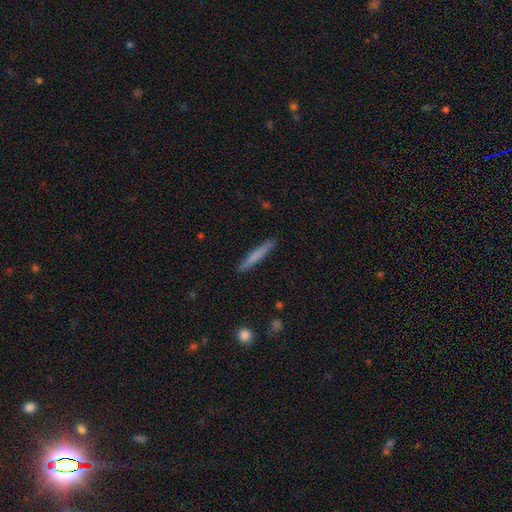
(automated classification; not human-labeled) Overall: smooth (70%). How rounded: cigar-shaped (96%). Merging: none (88%).